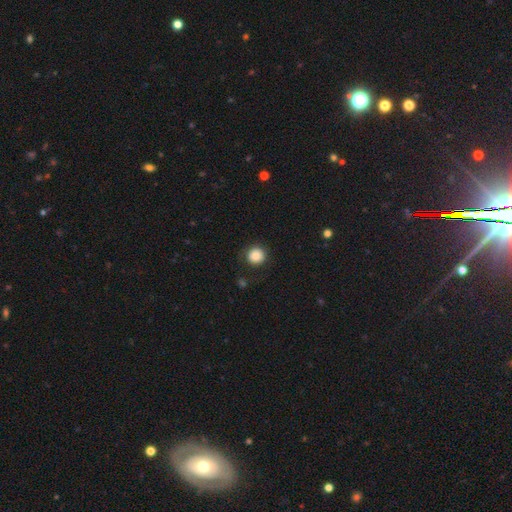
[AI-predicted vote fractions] smooth 86%, star or artifact 9%, featured or disk 5%. Down the decision tree: how rounded — round (93%); merging — none (84%).